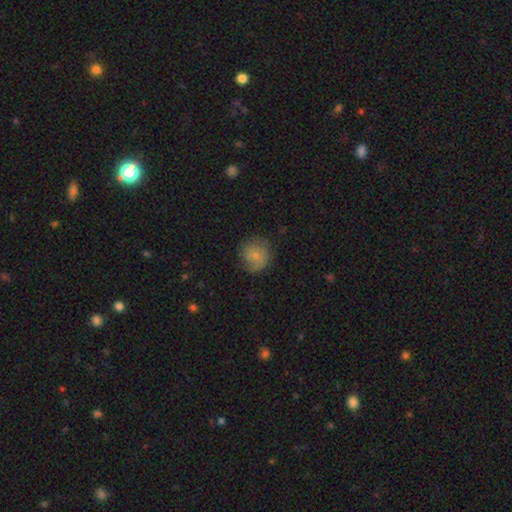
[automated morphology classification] smooth 67%, featured or disk 24%, star or artifact 9%. Down the decision tree: how rounded — round (88%); merging — none (69%).